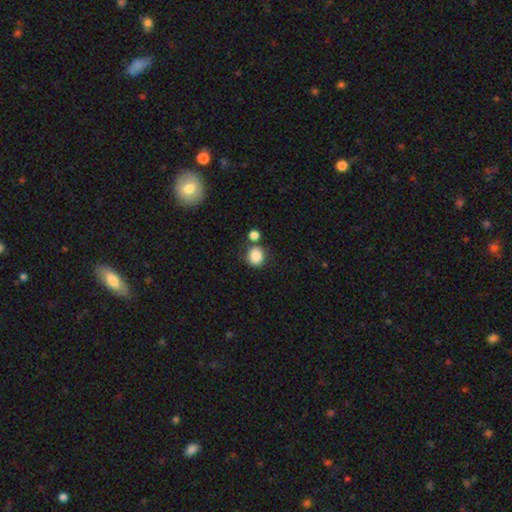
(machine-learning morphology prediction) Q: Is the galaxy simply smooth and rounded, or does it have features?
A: smooth — 86%.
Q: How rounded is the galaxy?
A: round — 82%.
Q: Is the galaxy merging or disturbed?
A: none — 66%.